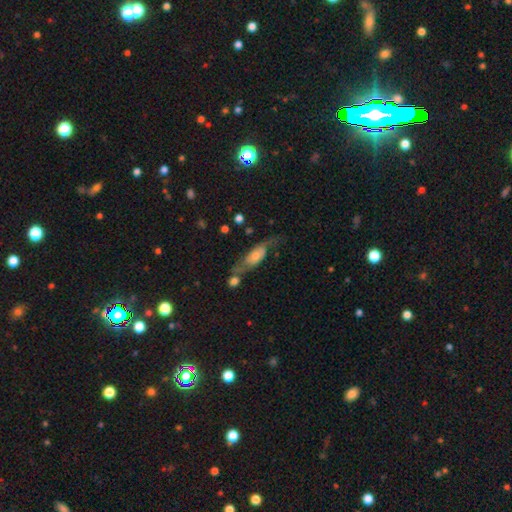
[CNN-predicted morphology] This is likely a featured or disk galaxy (61%). It is likely not viewed edge-on (70%). Merging: possibly none (48%).